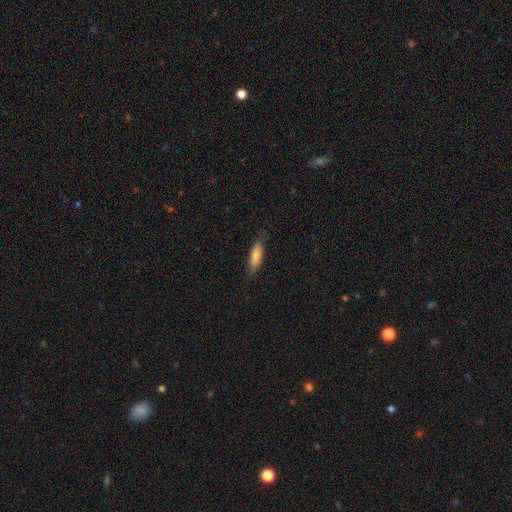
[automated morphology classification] The model was most divided on "how rounded": cigar-shaped: 53%, in between: 45%, round: 2%. More confident: smooth or featured — smooth (83%); merging — none (79%).